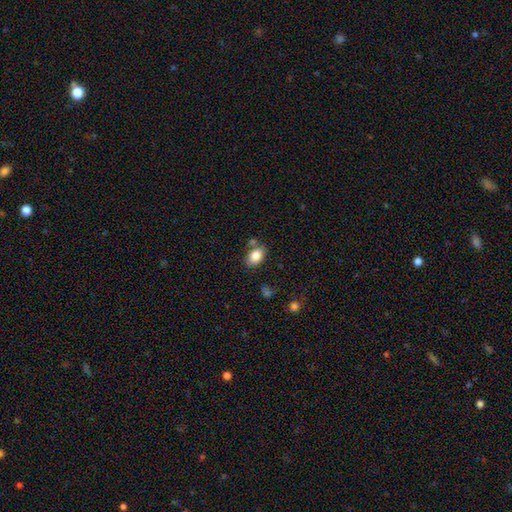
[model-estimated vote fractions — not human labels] Morphology: type=smooth (84%); roundness=in between (80%); merging=none (70%).